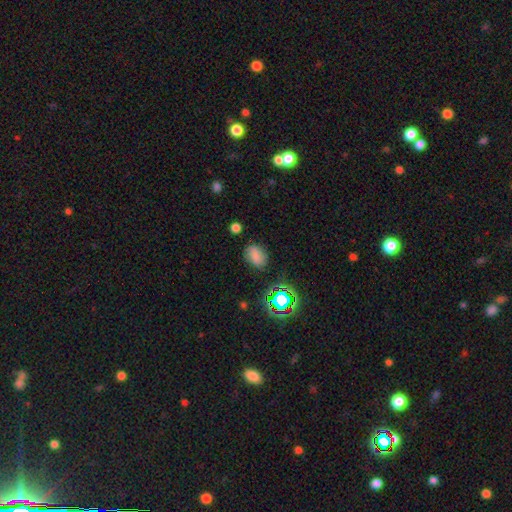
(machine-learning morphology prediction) Smooth or featured?
  - smooth: 70% *
  - star or artifact: 18%
  - featured or disk: 12%
How rounded?
  - in between: 74% *
  - round: 24%
  - cigar-shaped: 2%
Merging?
  - none: 76% *
  - minor disturbance: 16%
  - major disturbance: 5%
  - merger: 2%